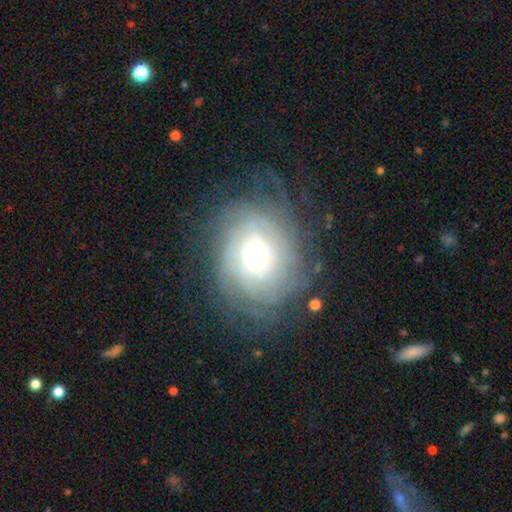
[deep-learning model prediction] smooth_or_featured: featured or disk (p=0.70) [alt: smooth p=0.21]
disk_edge_on: no (p=0.96) [alt: yes p=0.04]
bar: no (p=0.79) [alt: weak p=0.16]
has_spiral_arms: yes (p=0.83) [alt: no p=0.17]
spiral_winding: tight (p=0.66) [alt: medium p=0.23]
spiral_arm_count: can't tell (p=0.54) [alt: 2 p=0.14]
bulge_size: moderate (p=0.54) [alt: small p=0.28]
merging: none (p=0.62) [alt: minor disturbance p=0.21]